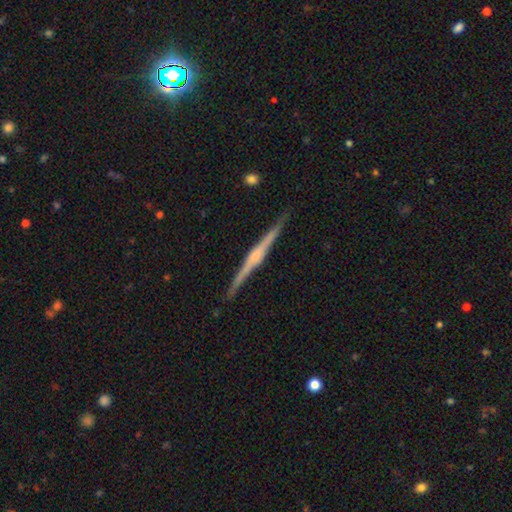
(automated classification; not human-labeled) smooth_or_featured: featured or disk (p=0.82) [alt: smooth p=0.13]
disk_edge_on: yes (p=0.99) [alt: no p=0.01]
edge_on_bulge: rounded (p=0.71) [alt: boxy p=0.16]
merging: none (p=0.91) [alt: minor disturbance p=0.07]